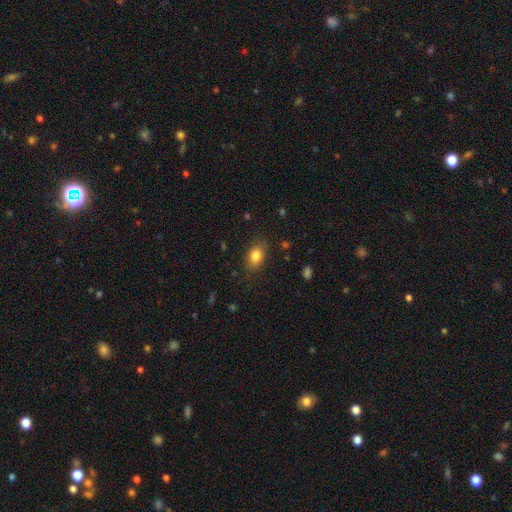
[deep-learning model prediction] This appears to be a smooth galaxy with no disk features (84%) that is in between round and cigar-shaped (78%). Merging: none (81%).